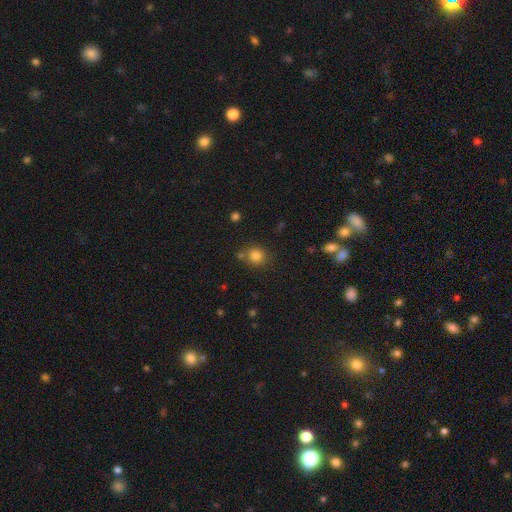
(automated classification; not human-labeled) smooth_or_featured: smooth (p=0.82) [alt: star or artifact p=0.12]
how_rounded: round (p=0.84) [alt: in between p=0.15]
merging: none (p=0.72) [alt: merger p=0.12]